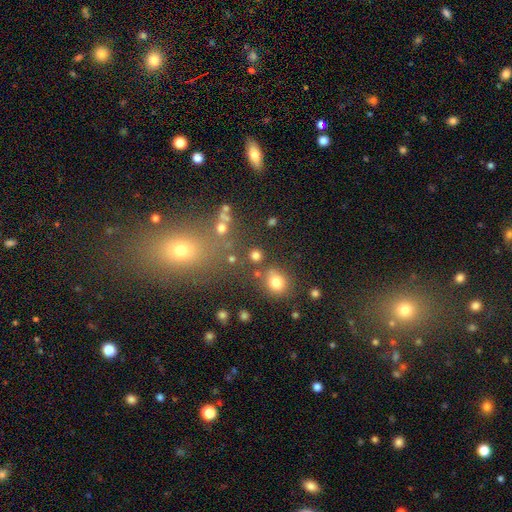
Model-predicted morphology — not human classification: Smooth or featured?
  - smooth: 75% *
  - star or artifact: 17%
  - featured or disk: 8%
How rounded?
  - round: 82% *
  - in between: 17%
  - cigar-shaped: 1%
Merging?
  - none: 73% *
  - merger: 12%
  - minor disturbance: 10%
  - major disturbance: 5%